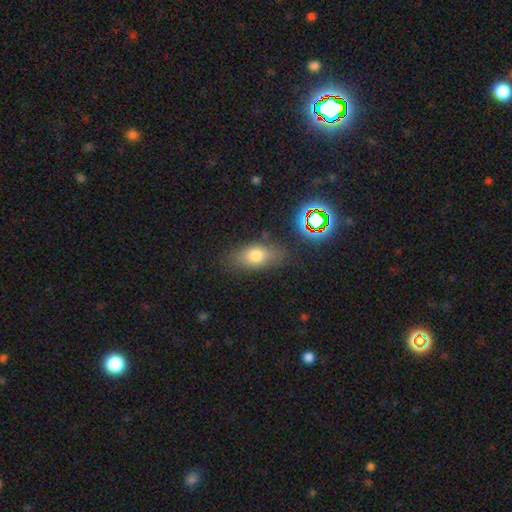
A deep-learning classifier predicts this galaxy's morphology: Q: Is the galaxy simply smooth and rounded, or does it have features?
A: smooth — 72%.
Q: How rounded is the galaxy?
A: in between — 80%.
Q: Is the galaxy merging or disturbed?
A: none — 78%.